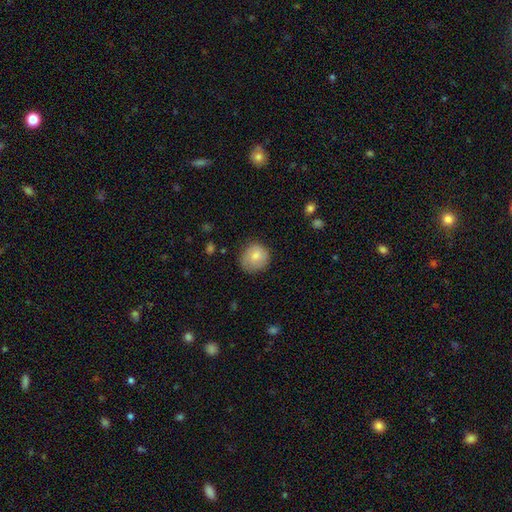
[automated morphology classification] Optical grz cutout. It shows a smooth galaxy with no disk features (79%) that is round (86%). Merging: none (74%).